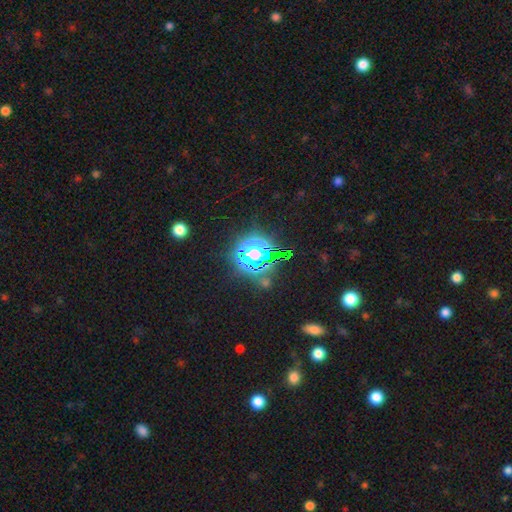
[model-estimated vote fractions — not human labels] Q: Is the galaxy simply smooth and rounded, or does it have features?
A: star or artifact — 67%.